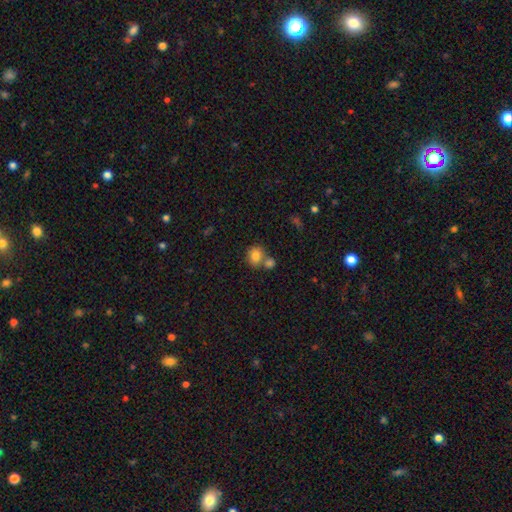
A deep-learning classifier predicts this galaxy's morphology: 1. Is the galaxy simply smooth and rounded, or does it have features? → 82% smooth, 10% star or artifact, 8% featured or disk.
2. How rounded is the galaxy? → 60% round, 39% in between, 1% cigar-shaped.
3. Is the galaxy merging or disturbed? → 50% none, 35% merger, 11% minor disturbance, 4% major disturbance.